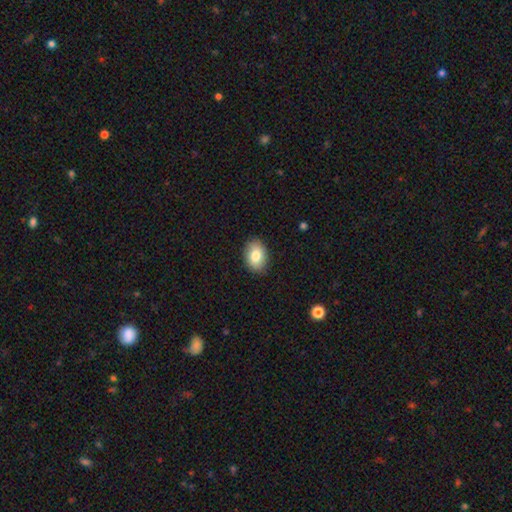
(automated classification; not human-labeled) smooth-or-featured: smooth: 83% | featured or disk: 10% | star or artifact: 7%
  how-rounded: in between: 80% | round: 19% | cigar-shaped: 1%
  merging: none: 88% | minor disturbance: 9% | major disturbance: 2% | merger: 1%